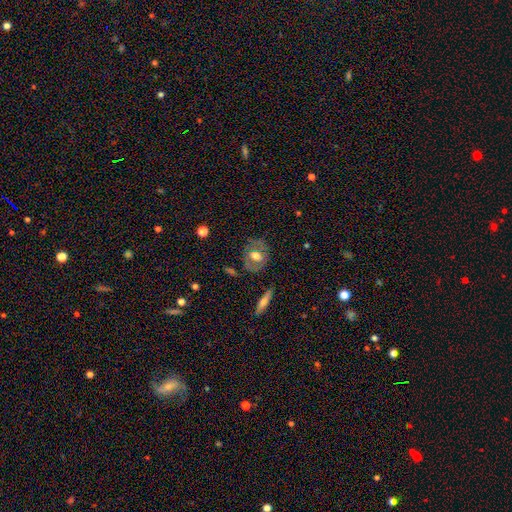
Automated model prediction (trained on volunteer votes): Smooth or featured? smooth (47%)
Merging? none (76%)